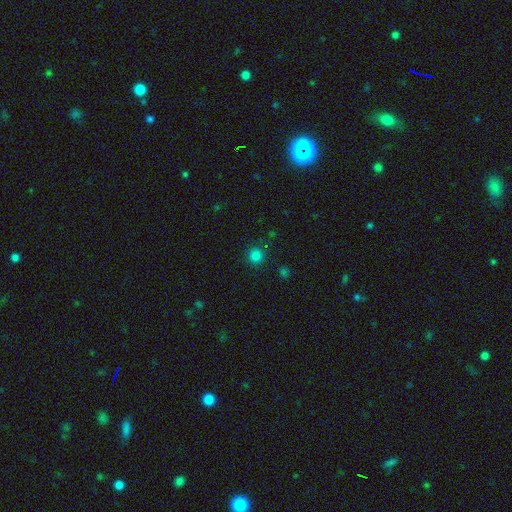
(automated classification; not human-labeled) smooth-or-featured: smooth: 81% | star or artifact: 16% | featured or disk: 3%
  how-rounded: round: 95% | in between: 4% | cigar-shaped: 1%
  merging: none: 89% | minor disturbance: 7% | major disturbance: 2% | merger: 2%